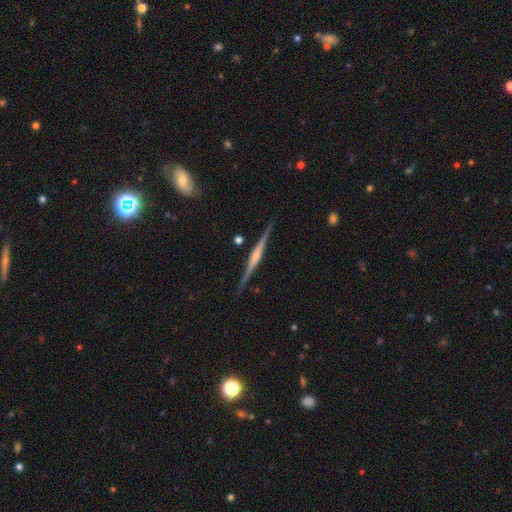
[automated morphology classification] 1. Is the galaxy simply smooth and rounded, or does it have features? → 78% featured or disk, 16% smooth, 6% star or artifact.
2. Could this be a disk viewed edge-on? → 98% yes, 2% no.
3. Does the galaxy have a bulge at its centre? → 50% rounded, 28% boxy, 22% none.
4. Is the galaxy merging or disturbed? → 89% none, 8% minor disturbance, 2% major disturbance, 2% merger.